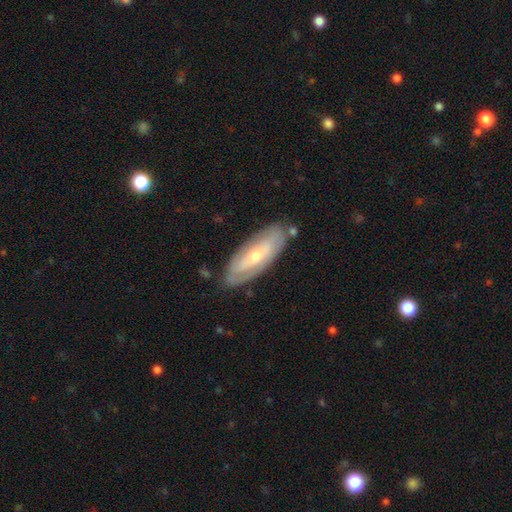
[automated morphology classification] Overall: featured or disk (62%; smooth 32%). Edge-on disk: no (80%). Merging: none (77%).